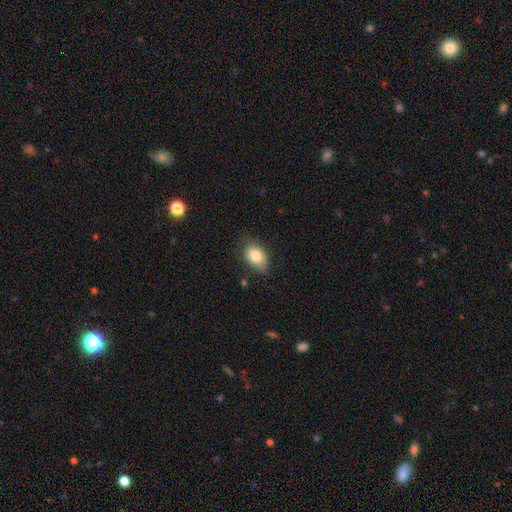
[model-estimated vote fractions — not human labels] Smooth or featured?
  - smooth: 81% *
  - featured or disk: 11%
  - star or artifact: 8%
How rounded?
  - in between: 85% *
  - round: 14%
  - cigar-shaped: 2%
Merging?
  - none: 72% *
  - minor disturbance: 22%
  - major disturbance: 4%
  - merger: 1%